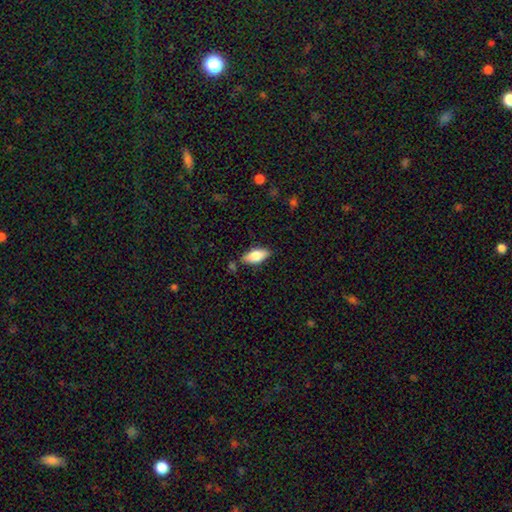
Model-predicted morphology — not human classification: Overall: smooth (77%). How rounded: in between (85%). Merging: none (80%).